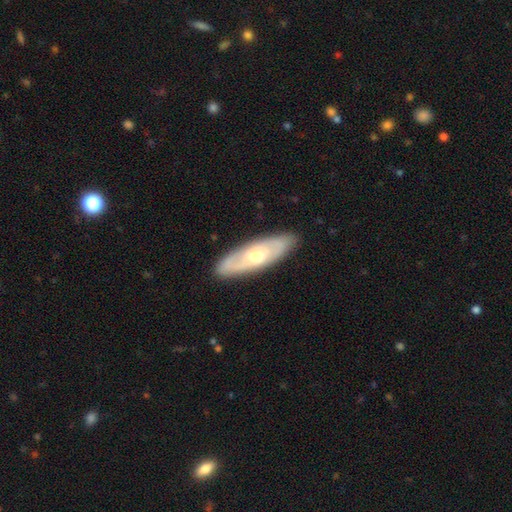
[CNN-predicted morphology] Smooth or featured? featured or disk (53%)
Edge-on disk? no (69%)
Merging? none (87%)